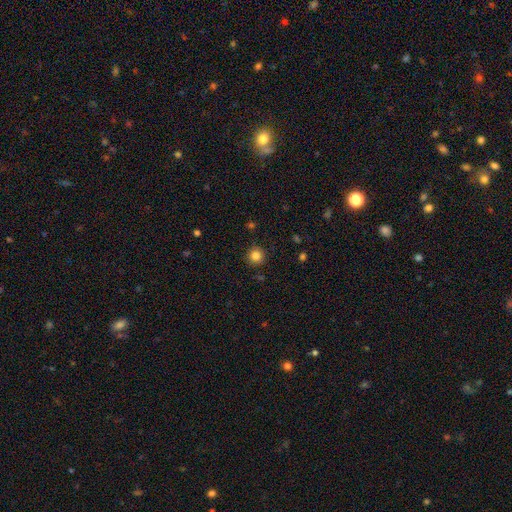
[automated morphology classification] A smooth galaxy with no disk features (84%) that is round (94%). Merging: none (90%).